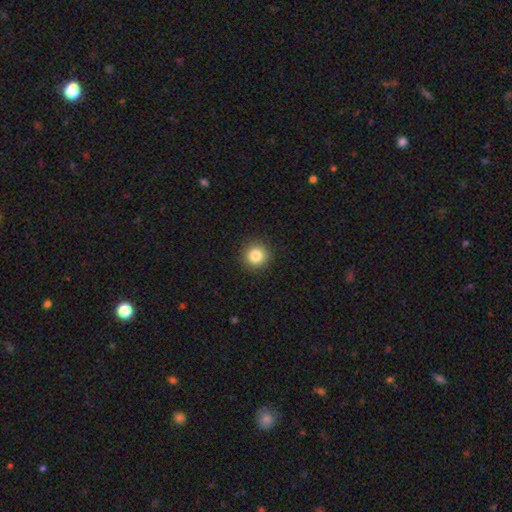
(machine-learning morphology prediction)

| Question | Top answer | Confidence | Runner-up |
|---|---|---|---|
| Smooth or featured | smooth | 84% | star or artifact (10%) |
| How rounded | round | 95% | in between (4%) |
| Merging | none | 92% | minor disturbance (5%) |